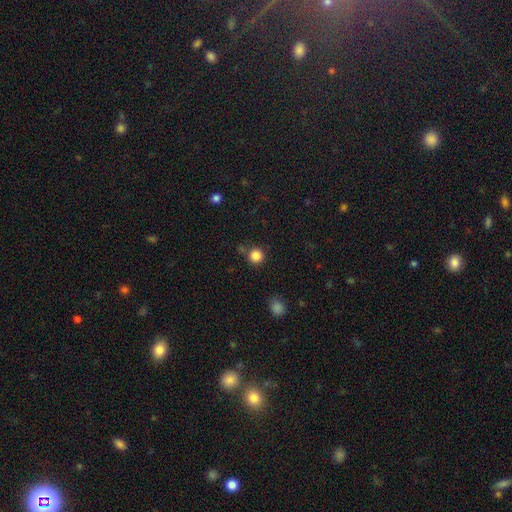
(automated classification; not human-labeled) Smooth or featured?
  - smooth: 85% *
  - star or artifact: 12%
  - featured or disk: 3%
How rounded?
  - round: 93% *
  - in between: 6%
  - cigar-shaped: 1%
Merging?
  - none: 78% *
  - minor disturbance: 11%
  - merger: 7%
  - major disturbance: 4%